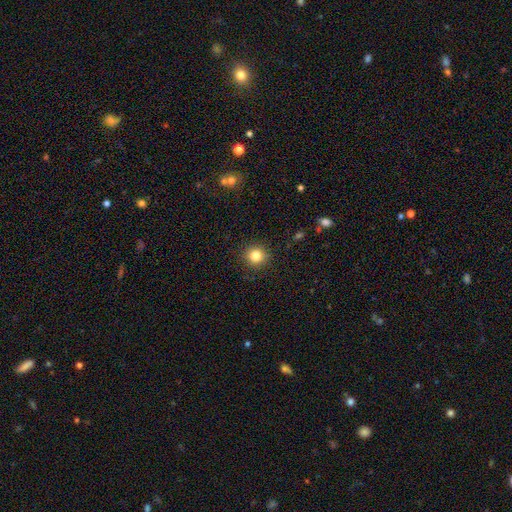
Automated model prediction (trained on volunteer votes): Q: Smooth or featured?
A: smooth (83%); runner-up: star or artifact (11%)
Q: How rounded?
A: round (93%); runner-up: in between (6%)
Q: Merging?
A: none (92%); runner-up: minor disturbance (5%)